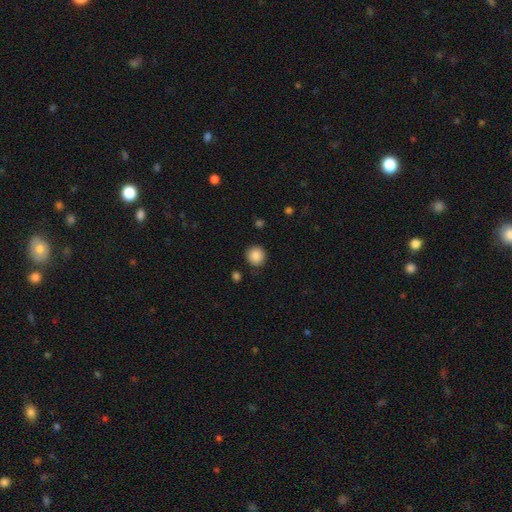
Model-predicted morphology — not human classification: Smooth or featured? Predicted: smooth (p=0.88). How rounded? Predicted: round (p=0.92). Merging? Predicted: none (p=0.88).